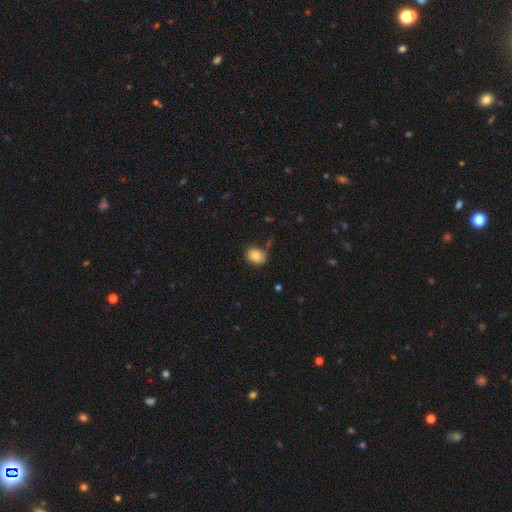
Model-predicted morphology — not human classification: Smooth or featured?
  - smooth: 86% *
  - star or artifact: 9%
  - featured or disk: 5%
How rounded?
  - in between: 69% *
  - round: 30%
  - cigar-shaped: 1%
Merging?
  - none: 72% *
  - minor disturbance: 19%
  - major disturbance: 5%
  - merger: 5%